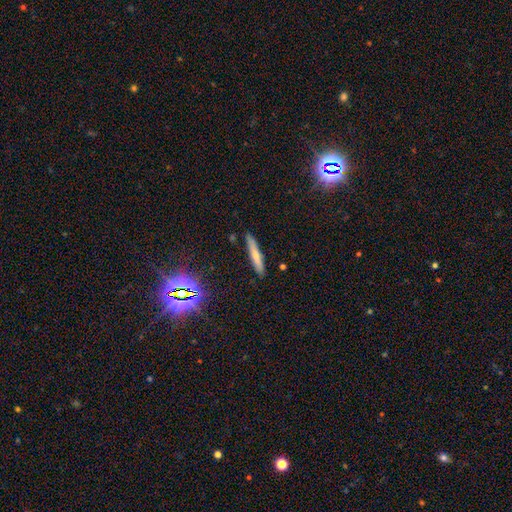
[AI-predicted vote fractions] Smooth or featured? Predicted: smooth (p=0.60). How rounded? Predicted: cigar-shaped (p=0.92). Merging? Predicted: none (p=0.86).